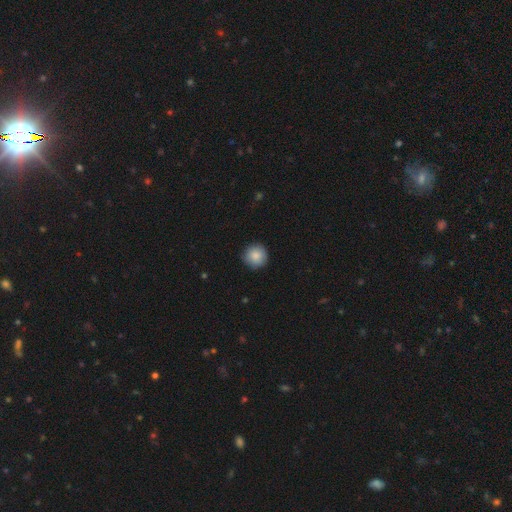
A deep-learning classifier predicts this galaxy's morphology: smooth-or-featured: smooth: 87% | star or artifact: 7% | featured or disk: 6%
  how-rounded: round: 94% | in between: 5% | cigar-shaped: 1%
  merging: none: 88% | minor disturbance: 9% | major disturbance: 2% | merger: 1%